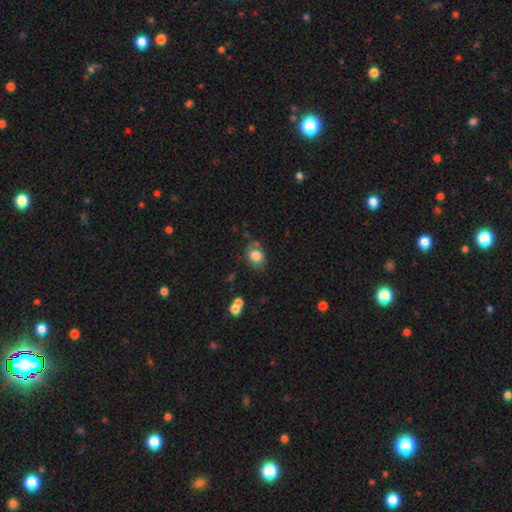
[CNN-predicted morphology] The model was most divided on "how rounded": in between: 64%, round: 35%, cigar-shaped: 1%. More confident: smooth or featured — smooth (77%); merging — none (64%).